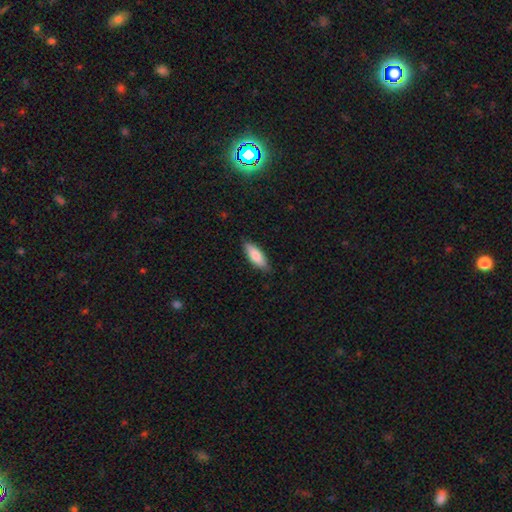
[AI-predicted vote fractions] A smooth galaxy with no disk features (82%) that is in between round and cigar-shaped (65%). Merging: none (84%).